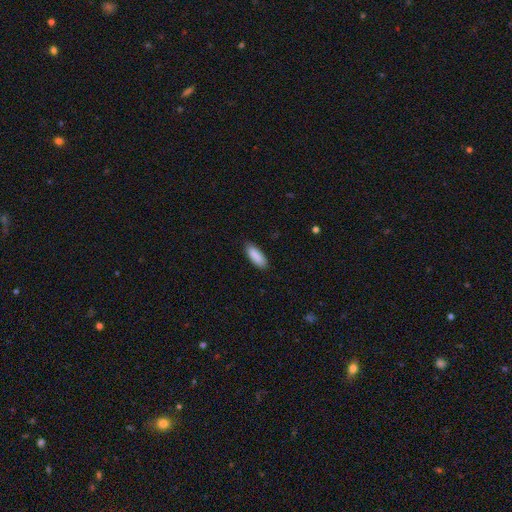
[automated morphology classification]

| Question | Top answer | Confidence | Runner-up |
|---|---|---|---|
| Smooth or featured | smooth | 90% | star or artifact (6%) |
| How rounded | in between | 71% | cigar-shaped (27%) |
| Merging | none | 88% | minor disturbance (10%) |